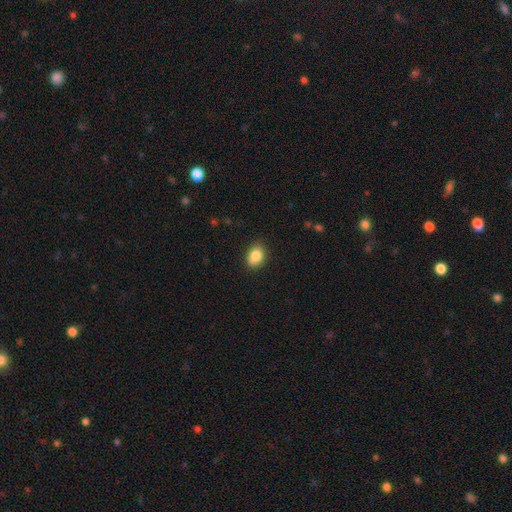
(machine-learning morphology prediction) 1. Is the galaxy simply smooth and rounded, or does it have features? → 85% smooth, 8% star or artifact, 7% featured or disk.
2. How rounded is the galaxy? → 78% in between, 21% round, 1% cigar-shaped.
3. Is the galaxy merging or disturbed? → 84% none, 12% minor disturbance, 2% major disturbance, 1% merger.